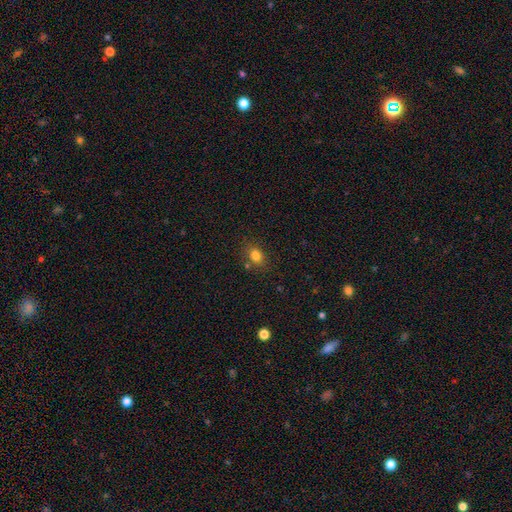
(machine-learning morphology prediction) type=smooth (80%); roundness=in between (66%); merging=none (75%).